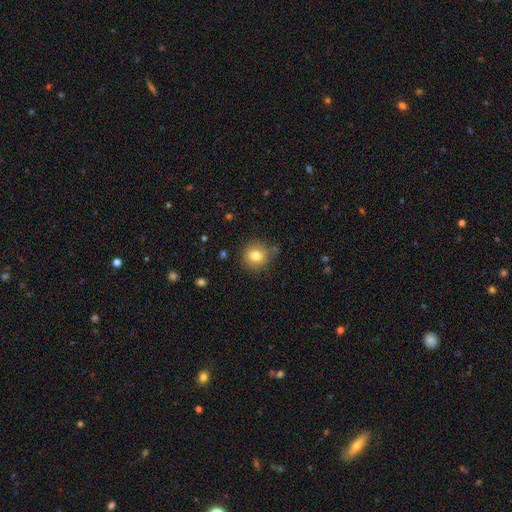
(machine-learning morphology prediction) The model was most divided on "merging": none: 79%, minor disturbance: 15%, major disturbance: 4%, merger: 3%. More confident: how rounded — round (85%); smooth or featured — smooth (79%).